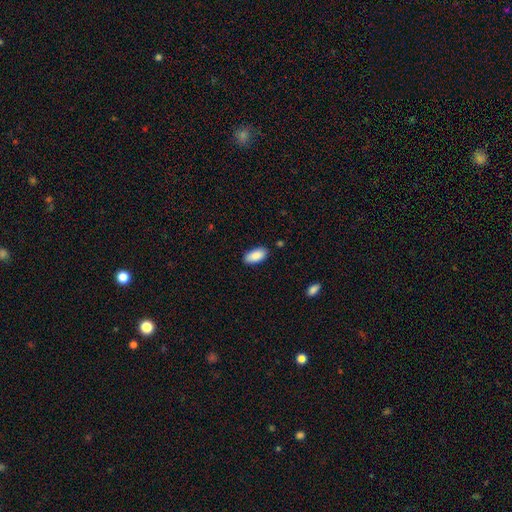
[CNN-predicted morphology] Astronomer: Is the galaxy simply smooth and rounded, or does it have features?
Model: smooth — 89%.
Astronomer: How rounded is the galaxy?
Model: in between — 93%.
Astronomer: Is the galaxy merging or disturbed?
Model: none — 86%.